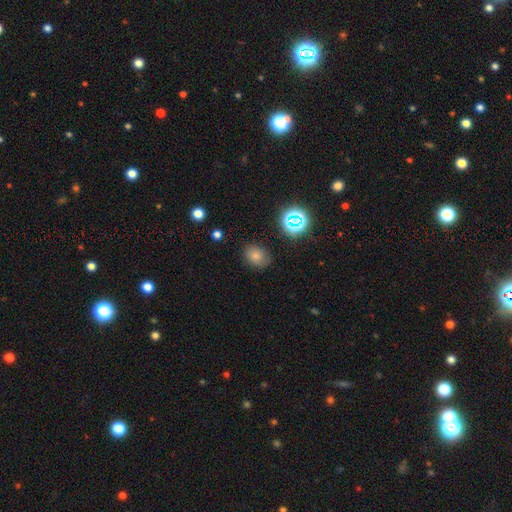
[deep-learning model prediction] A smooth galaxy with no disk features (73%) that is in between round and cigar-shaped (57%). Merging: none (81%).